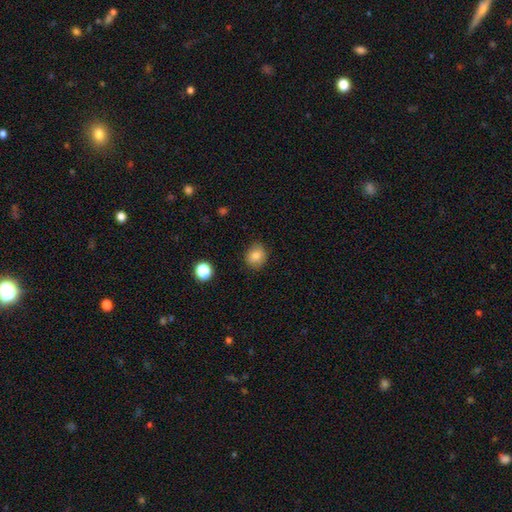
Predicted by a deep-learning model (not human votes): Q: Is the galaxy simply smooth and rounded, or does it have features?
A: smooth — 82%.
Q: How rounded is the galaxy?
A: round — 75%.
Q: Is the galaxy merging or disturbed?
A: none — 84%.